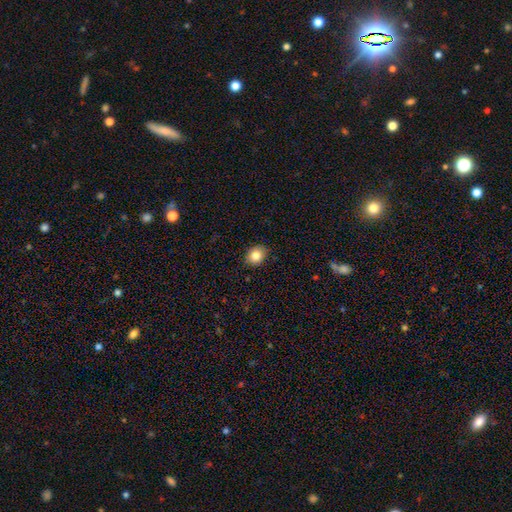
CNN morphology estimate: smooth 84%, star or artifact 9%, featured or disk 7%. Down the decision tree: how rounded — round (55%); merging — none (86%).